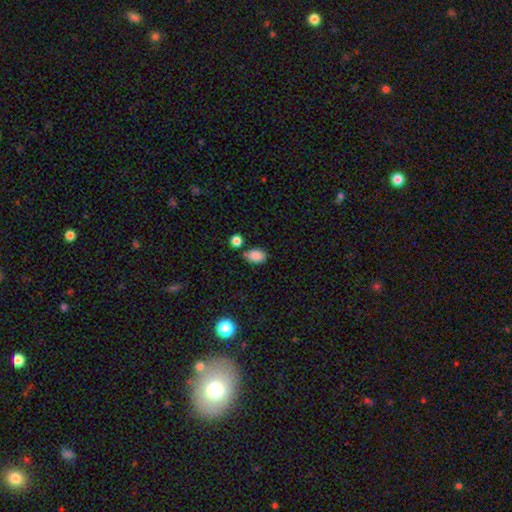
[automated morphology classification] Smooth or featured? smooth (87%)
How rounded? in between (84%)
Merging? none (70%)